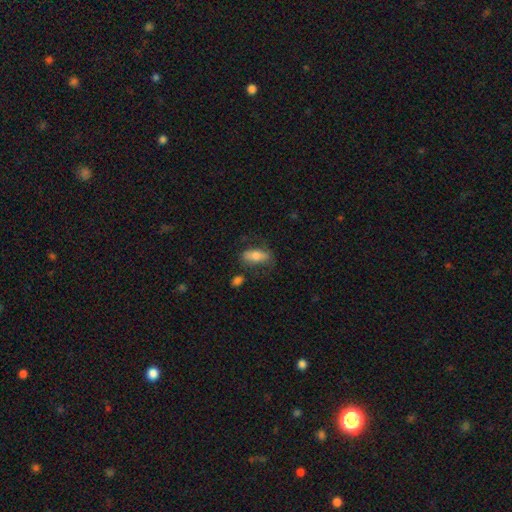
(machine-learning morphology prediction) A smooth galaxy with no disk features (67%) that is in between round and cigar-shaped (78%). Merging: none (64%).